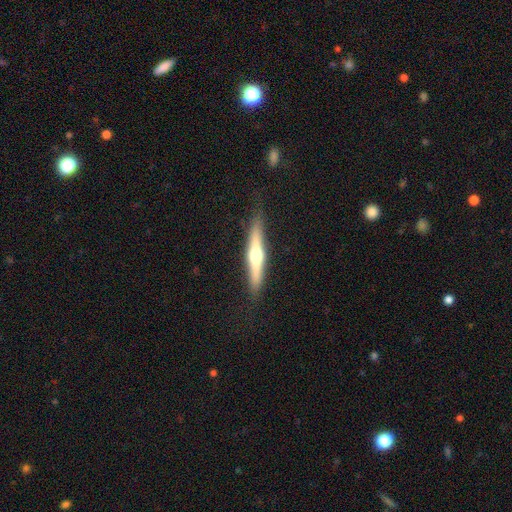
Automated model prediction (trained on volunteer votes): The model was most divided on "smooth or featured": featured or disk: 59%, smooth: 36%, star or artifact: 6%. More confident: edge-on disk — yes (95%); edge-on bulge — rounded (91%); merging — none (86%).